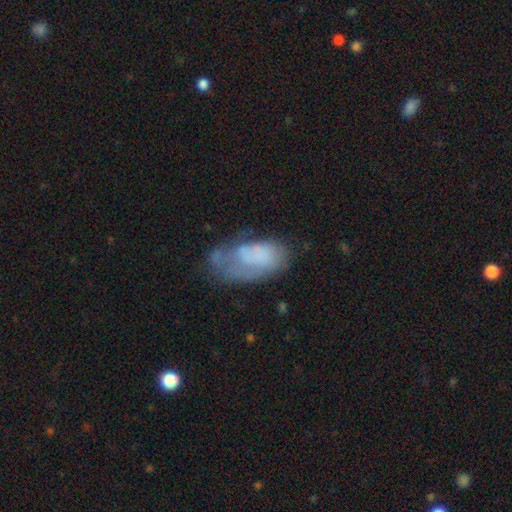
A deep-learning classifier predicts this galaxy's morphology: Overall: smooth (51%; featured or disk 40%). How rounded: in between (93%). Merging: none (37%; minor disturbance 30%).